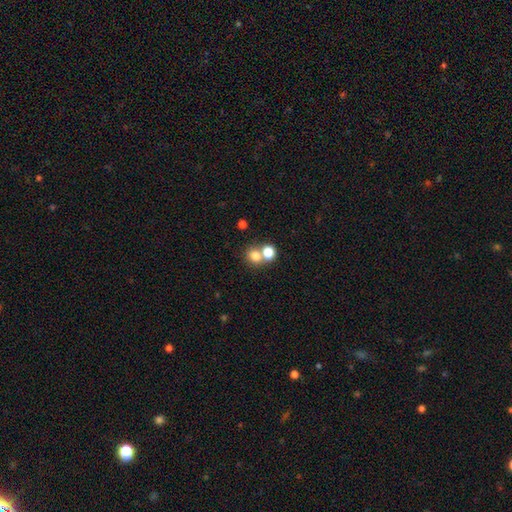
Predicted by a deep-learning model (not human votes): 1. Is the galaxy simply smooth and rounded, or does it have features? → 77% smooth, 14% star or artifact, 9% featured or disk.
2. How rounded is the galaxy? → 74% round, 25% in between, 1% cigar-shaped.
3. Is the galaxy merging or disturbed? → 47% none, 44% merger, 6% minor disturbance, 3% major disturbance.